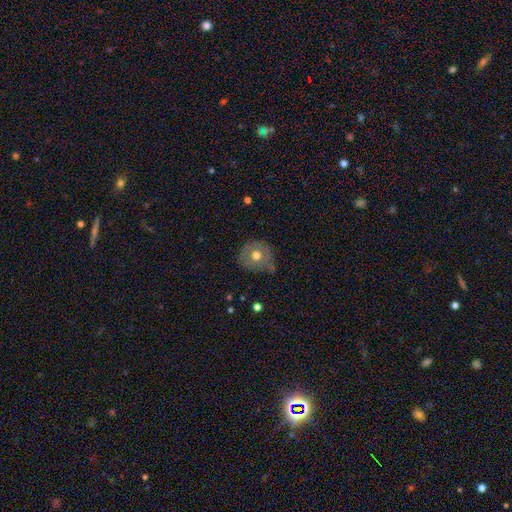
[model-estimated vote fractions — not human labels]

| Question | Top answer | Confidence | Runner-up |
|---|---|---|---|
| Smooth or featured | smooth | 61% | featured or disk (30%) |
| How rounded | round | 85% | in between (14%) |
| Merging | none | 59% | minor disturbance (29%) |